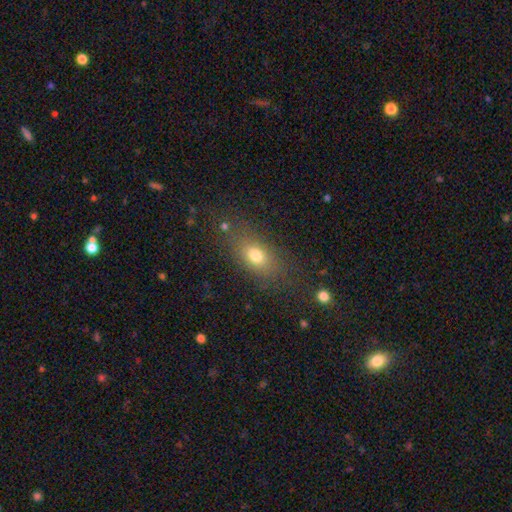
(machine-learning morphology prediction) Smooth or featured: smooth — 73% (featured or disk — 14%)
How rounded: in between — 72% (round — 18%)
Merging: none — 76% (minor disturbance — 14%)